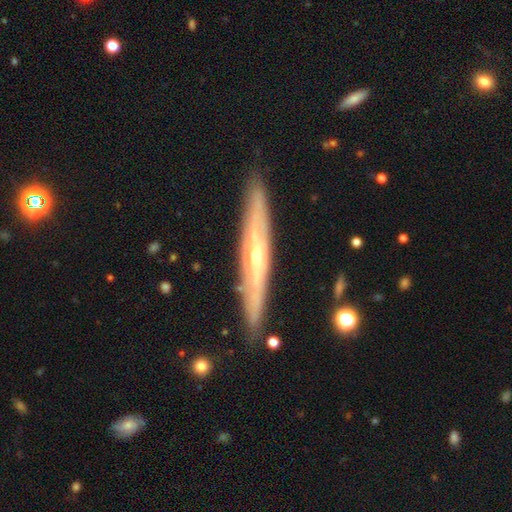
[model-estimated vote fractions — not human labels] This is likely a featured or disk galaxy (75%). It is clearly viewed edge-on (82%). Edge-on bulge: likely rounded (76%). Merging: clearly none (87%).